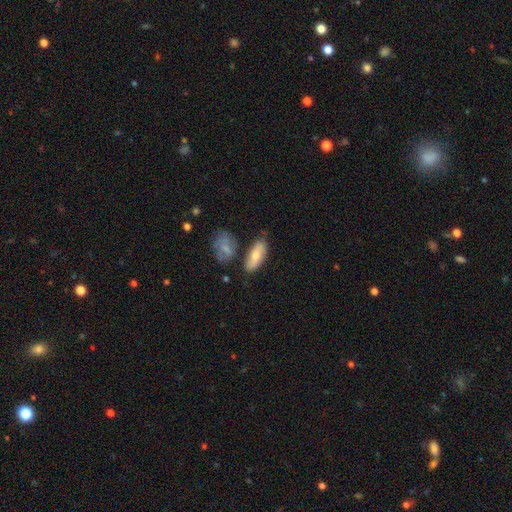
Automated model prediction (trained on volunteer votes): The model was most divided on "smooth or featured": smooth: 68%, featured or disk: 26%, star or artifact: 6%. More confident: how rounded — in between (81%); merging — none (71%).